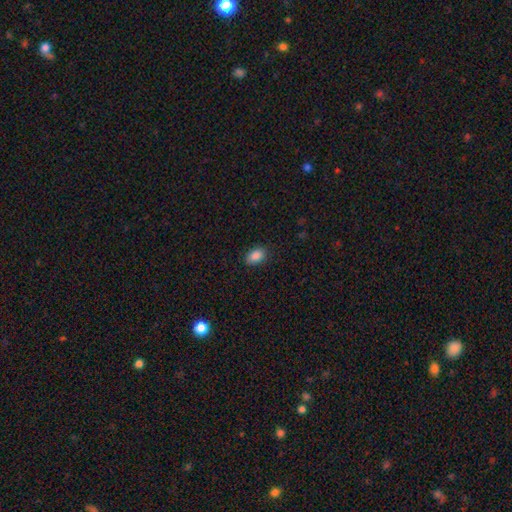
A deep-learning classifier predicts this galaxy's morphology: This appears to be a smooth galaxy with no disk features (88%) that is in between round and cigar-shaped (86%). Merging: none (86%).